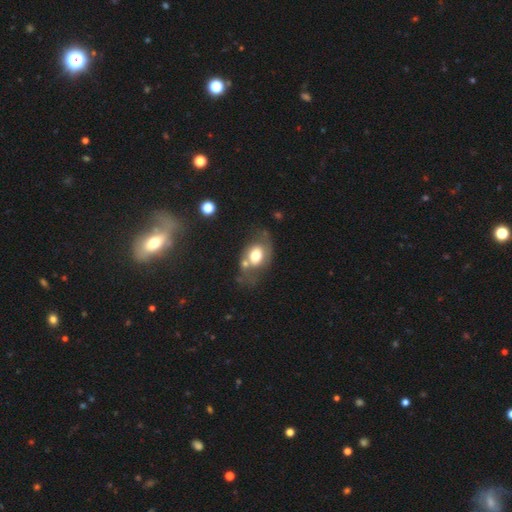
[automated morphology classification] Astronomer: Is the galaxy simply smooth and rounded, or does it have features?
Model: smooth — 49% (runner-up: featured or disk, 43%).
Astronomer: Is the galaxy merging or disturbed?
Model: none — 44% (runner-up: minor disturbance, 23%).